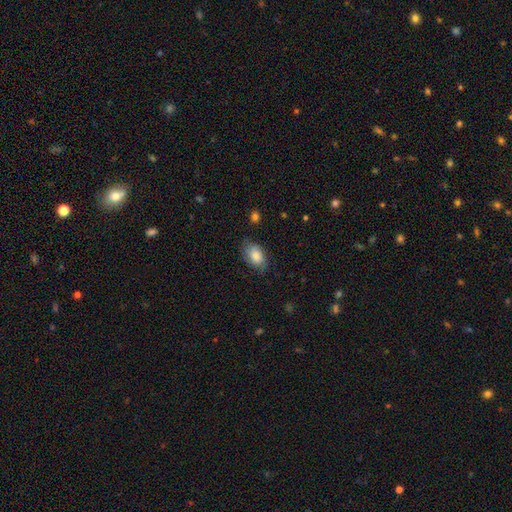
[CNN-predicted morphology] This appears to be a smooth galaxy with no disk features (69%) that is in between round and cigar-shaped (88%). Merging: none (67%).